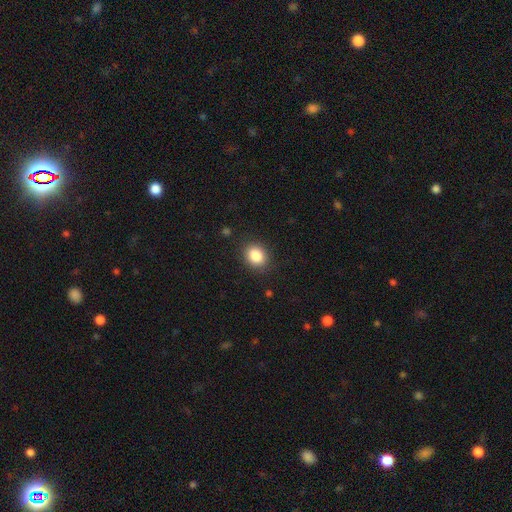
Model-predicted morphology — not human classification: A smooth galaxy with no disk features (85%) that is round (60%). Merging: none (87%).